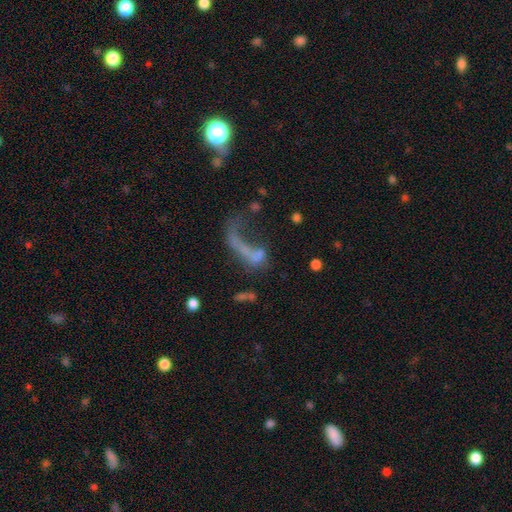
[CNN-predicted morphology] type=featured or disk (44%); merging=major disturbance (49%).